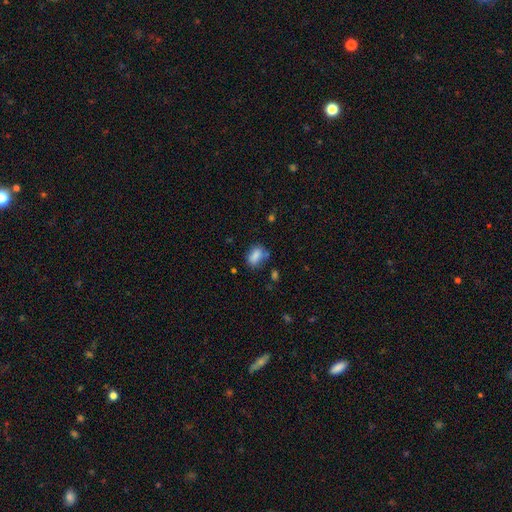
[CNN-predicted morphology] This is clearly a smooth galaxy (83%). How rounded: clearly in between (82%). Merging: likely none (64%).